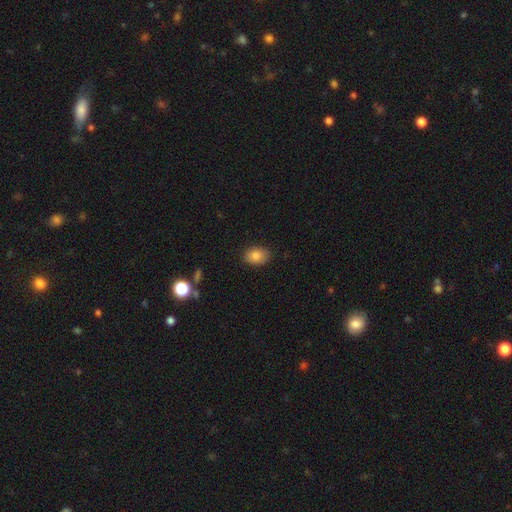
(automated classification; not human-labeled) Smooth or featured? Predicted: smooth (p=0.84). How rounded? Predicted: in between (p=0.75). Merging? Predicted: none (p=0.85).